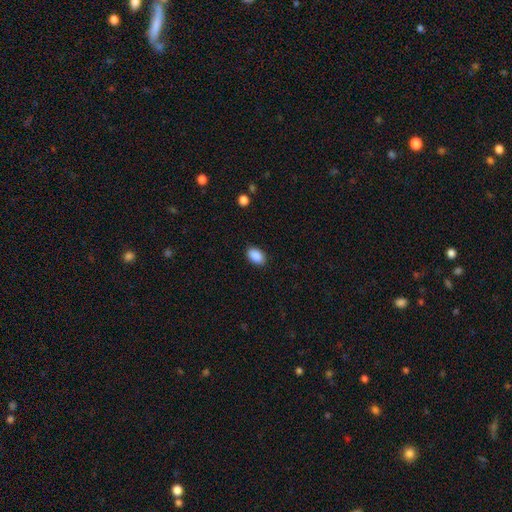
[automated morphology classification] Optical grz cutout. It shows a smooth galaxy with no disk features (90%) that is in between round and cigar-shaped (90%). Merging: none (88%).